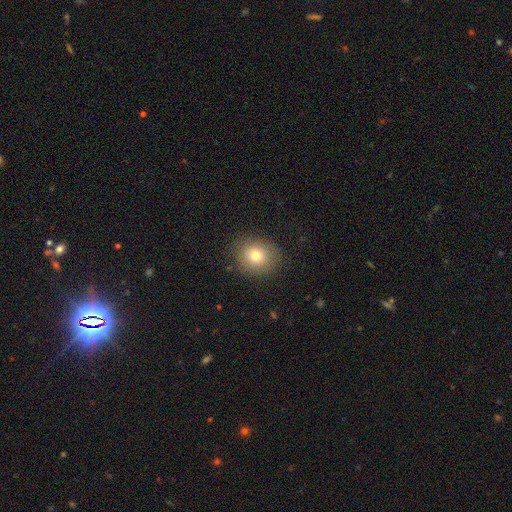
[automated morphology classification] smooth 77%, featured or disk 12%, star or artifact 11%. Down the decision tree: how rounded — round (70%); merging — none (85%).